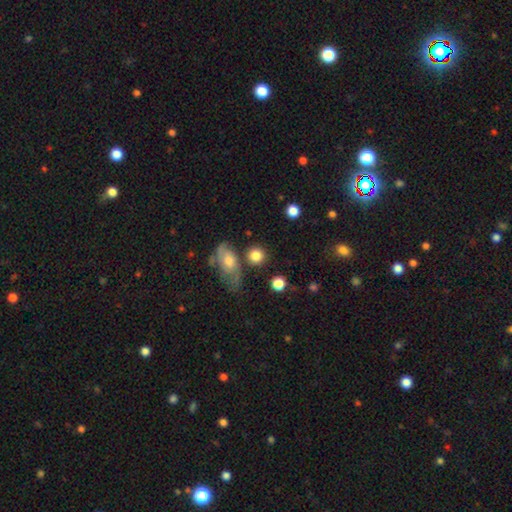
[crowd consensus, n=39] A smooth galaxy with no disk features (74%) that is round (72%).

Vote fractions:
- Smooth or featured? smooth: 74% / featured or disk: 18% / star or artifact: 8%
- How rounded? round: 72% / in between: 24% / cigar-shaped: 3%
- Merging? none: 56% / minor disturbance: 17% / major disturbance: 14% / merger: 14%